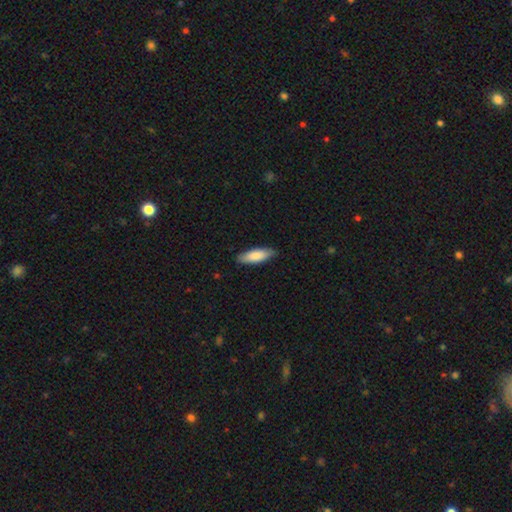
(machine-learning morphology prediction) Smooth or featured?
  - smooth: 84% *
  - featured or disk: 11%
  - star or artifact: 5%
How rounded?
  - in between: 54% *
  - cigar-shaped: 44%
  - round: 2%
Merging?
  - none: 86% *
  - minor disturbance: 11%
  - major disturbance: 2%
  - merger: 1%